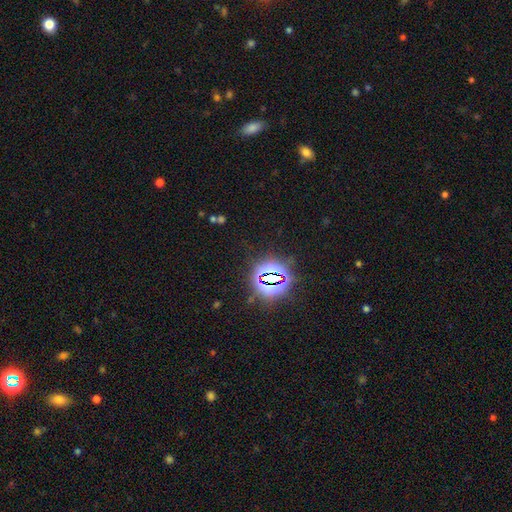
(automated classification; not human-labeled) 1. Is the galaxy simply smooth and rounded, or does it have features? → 80% star or artifact, 12% smooth, 8% featured or disk.